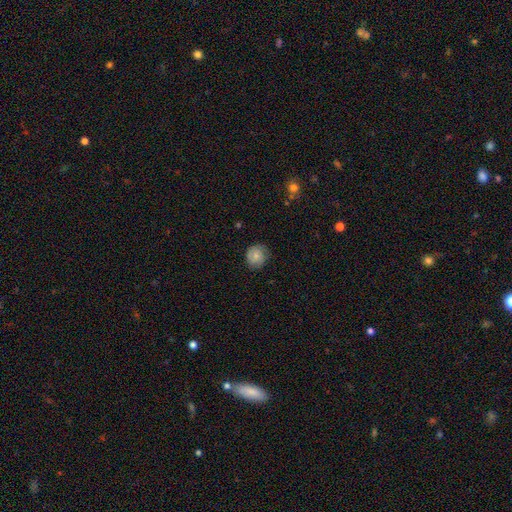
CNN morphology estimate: smooth-or-featured: smooth: 75% | featured or disk: 17% | star or artifact: 8%
  how-rounded: round: 85% | in between: 14% | cigar-shaped: 1%
  merging: none: 74% | minor disturbance: 21% | major disturbance: 4% | merger: 1%